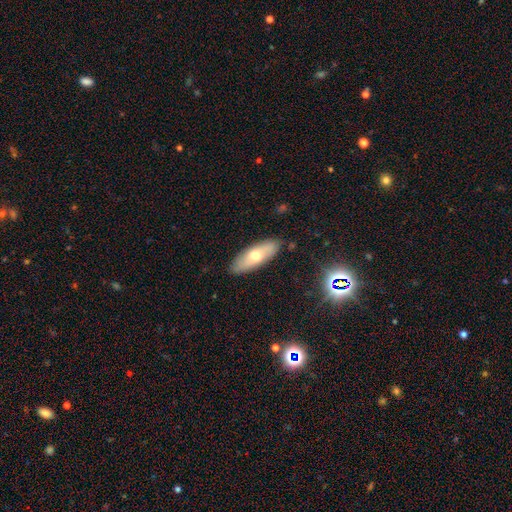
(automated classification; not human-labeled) Overall: smooth (57%; featured or disk 36%). How rounded: in between (65%; cigar-shaped 32%). Merging: none (86%).